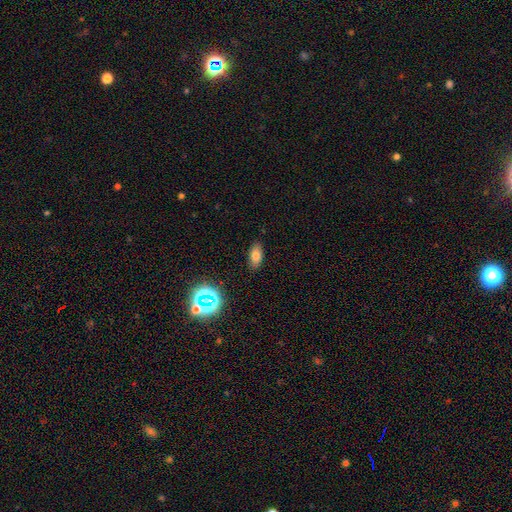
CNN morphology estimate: This appears to be a smooth galaxy with no disk features (74%) that is in between round and cigar-shaped (88%). Merging: none (86%).